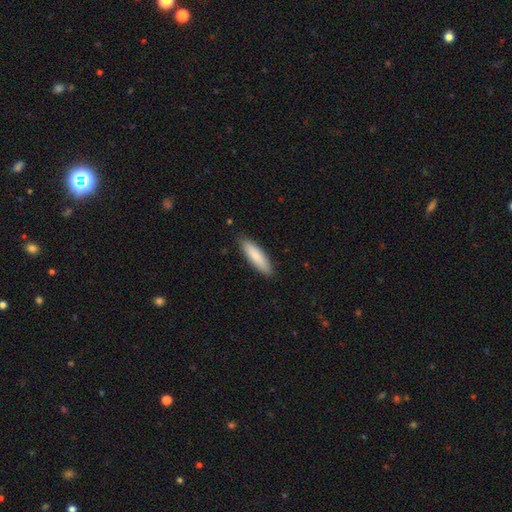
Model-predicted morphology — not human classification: Overall: smooth (83%). How rounded: cigar-shaped (66%; in between 33%). Merging: none (87%).